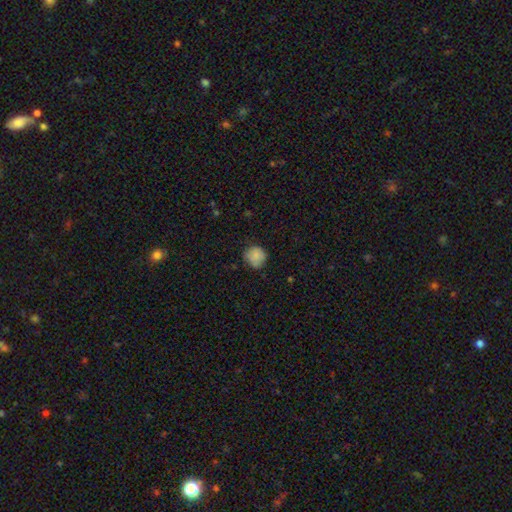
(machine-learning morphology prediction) Smooth or featured?
  - smooth: 84% *
  - star or artifact: 9%
  - featured or disk: 8%
How rounded?
  - round: 87% *
  - in between: 12%
  - cigar-shaped: 1%
Merging?
  - none: 69% *
  - minor disturbance: 25%
  - major disturbance: 4%
  - merger: 1%